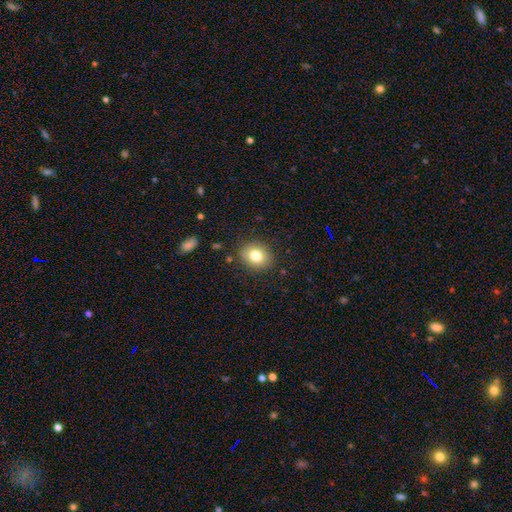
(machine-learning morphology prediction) A smooth galaxy with no disk features (80%) that is round (57%). Merging: none (86%).